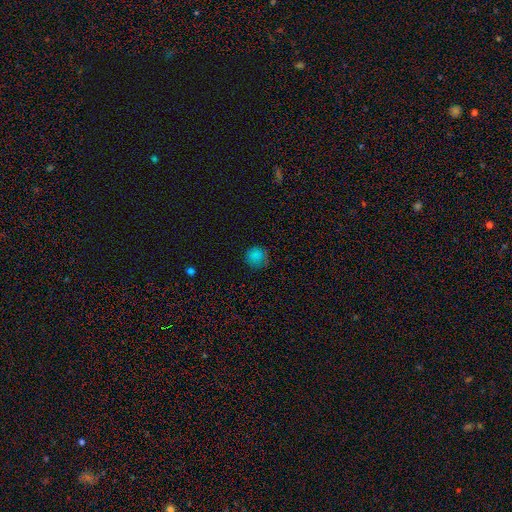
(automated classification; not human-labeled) Overall: smooth (80%). How rounded: round (92%). Merging: none (79%).